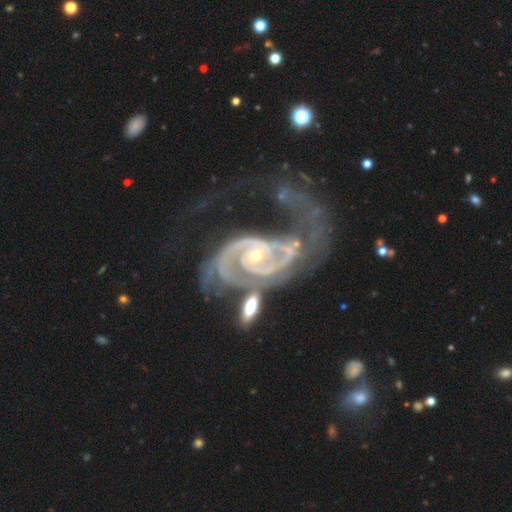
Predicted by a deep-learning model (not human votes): Smooth or featured?
  - featured or disk: 93% *
  - star or artifact: 4%
  - smooth: 3%
Edge-on disk?
  - no: 98% *
  - yes: 2%
Bar?
  - no: 58% *
  - weak: 28%
  - strong: 14%
Spiral arms?
  - yes: 98% *
  - no: 2%
Spiral winding?
  - tight: 51% *
  - medium: 37%
  - loose: 12%
Spiral arm count?
  - 2: 75% *
  - can't tell: 7%
  - 3: 7%
  - 1: 5%
  - 4: 3%
  - more than 4: 3%
Bulge size?
  - small: 58% *
  - moderate: 38%
  - large: 2%
  - none: 1%
  - dominant: 1%
Merging?
  - major disturbance: 41% *
  - none: 22%
  - merger: 20%
  - minor disturbance: 18%